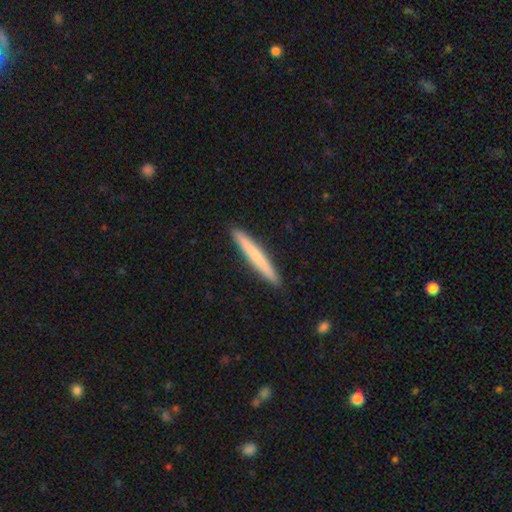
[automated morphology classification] smooth_or_featured: smooth (p=0.64) [alt: featured or disk p=0.31]
how_rounded: cigar-shaped (p=0.97) [alt: in between p=0.02]
merging: none (p=0.92) [alt: minor disturbance p=0.05]